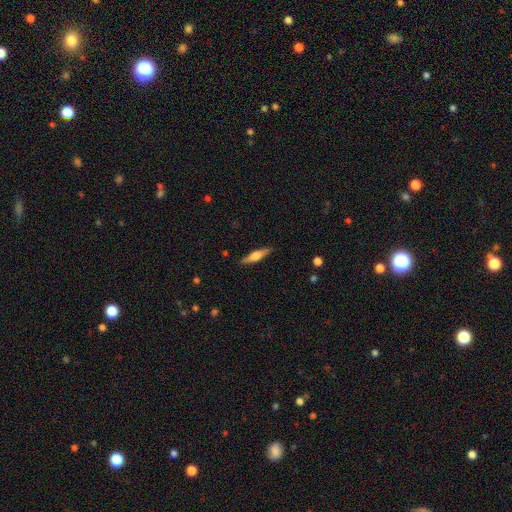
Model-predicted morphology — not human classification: smooth_or_featured: featured or disk (p=0.54) [alt: smooth p=0.40]
disk_edge_on: yes (p=0.96) [alt: no p=0.04]
edge_on_bulge: rounded (p=0.85) [alt: boxy p=0.11]
merging: none (p=0.89) [alt: minor disturbance p=0.08]